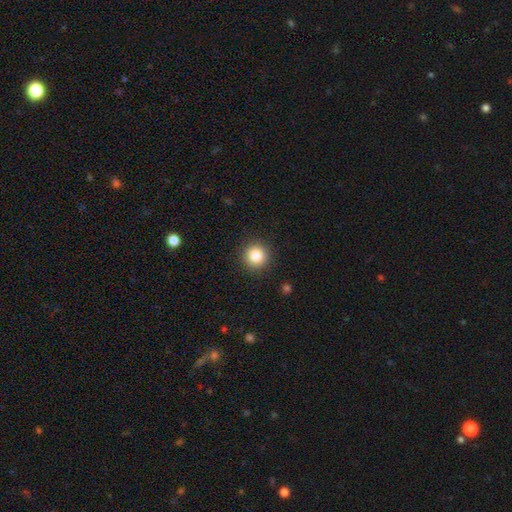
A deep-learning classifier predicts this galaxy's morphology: Q: Smooth or featured?
A: smooth (85%); runner-up: star or artifact (10%)
Q: How rounded?
A: round (94%); runner-up: in between (5%)
Q: Merging?
A: none (91%); runner-up: minor disturbance (6%)